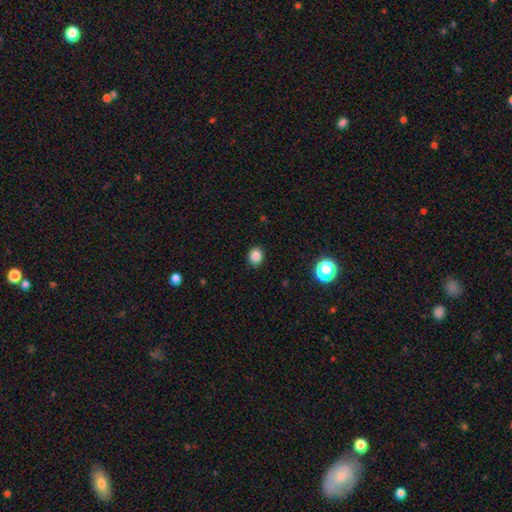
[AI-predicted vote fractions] Q: Smooth or featured?
A: smooth (85%); runner-up: star or artifact (11%)
Q: How rounded?
A: round (67%); runner-up: in between (32%)
Q: Merging?
A: none (90%); runner-up: minor disturbance (7%)